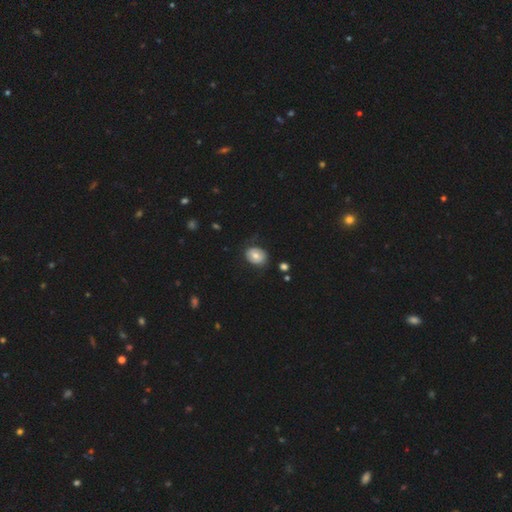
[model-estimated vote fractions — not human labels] smooth_or_featured: smooth (p=0.65) [alt: featured or disk p=0.26]
how_rounded: in between (p=0.52) [alt: round p=0.47]
merging: none (p=0.70) [alt: minor disturbance p=0.20]